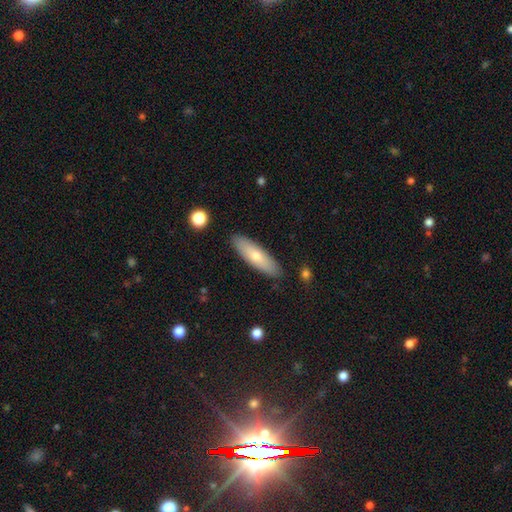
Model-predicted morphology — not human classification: The model was most divided on "how rounded": cigar-shaped: 59%, in between: 39%, round: 2%. More confident: merging — none (88%); smooth or featured — smooth (64%).